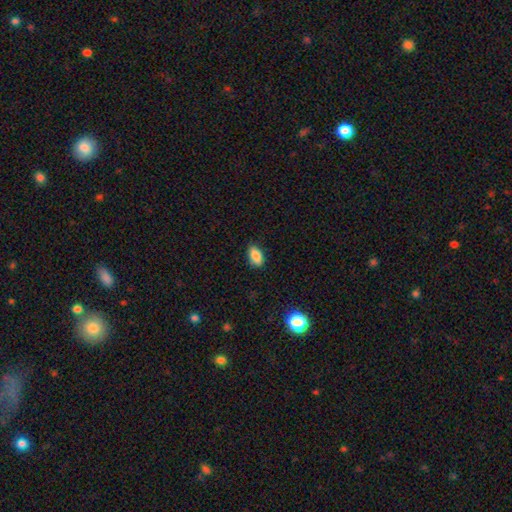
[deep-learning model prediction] smooth_or_featured: smooth (p=0.86) [alt: star or artifact p=0.09]
how_rounded: in between (p=0.90) [alt: cigar-shaped p=0.06]
merging: none (p=0.85) [alt: minor disturbance p=0.11]